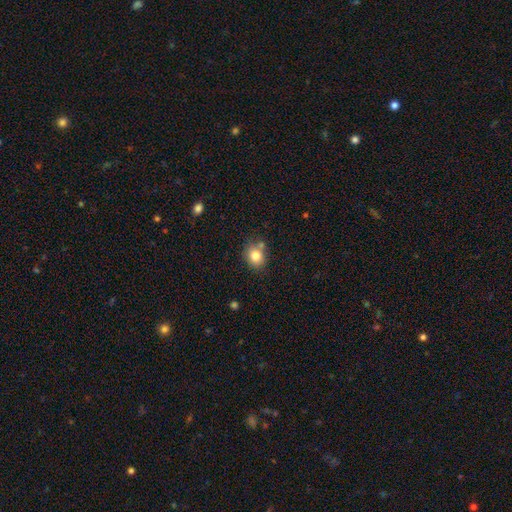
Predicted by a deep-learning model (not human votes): This appears to be a smooth galaxy with no disk features (80%) that is round (59%). Merging: none (69%).